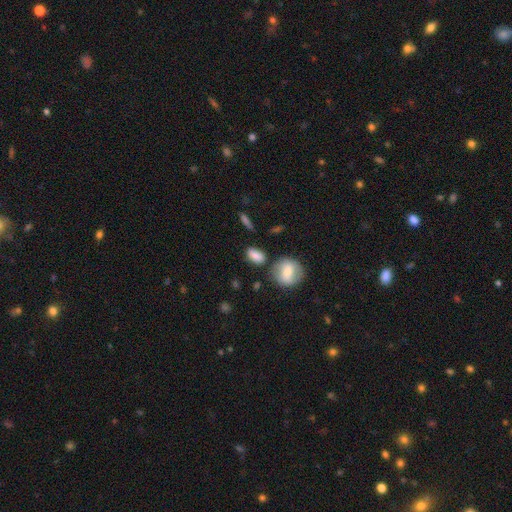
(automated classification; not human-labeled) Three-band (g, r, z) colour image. It shows a smooth galaxy with no disk features (81%) that is in between round and cigar-shaped (76%). Merging: none (70%).